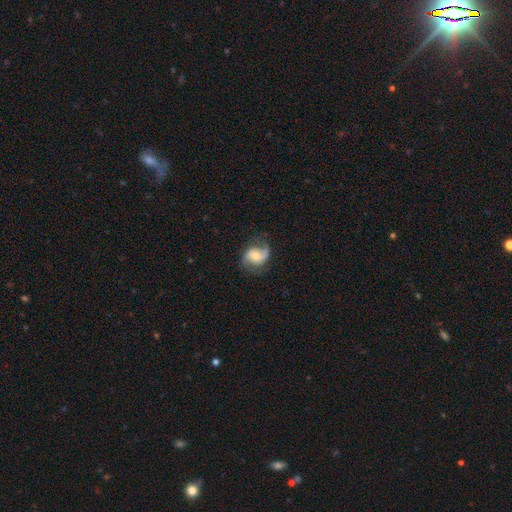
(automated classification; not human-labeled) Morphology: type=featured or disk (72%); edge-on=no (97%); bar=no (49%); spiral arms=yes (93%); winding=loose (44%); arm count=2 (86%); bulge=moderate (56%); merging=none (70%).